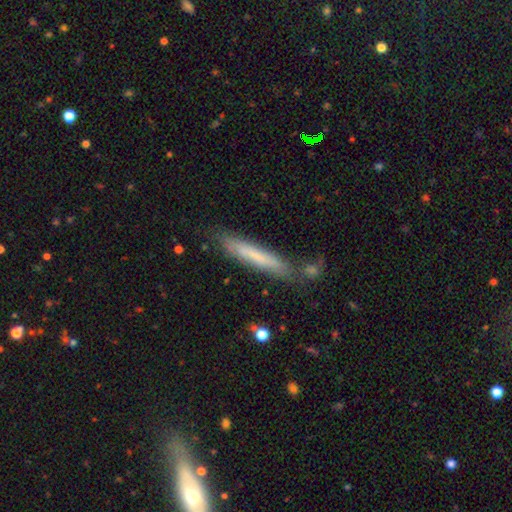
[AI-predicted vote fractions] smooth-or-featured: smooth: 65% | featured or disk: 28% | star or artifact: 7%
  how-rounded: cigar-shaped: 94% | in between: 5% | round: 1%
  merging: none: 78% | minor disturbance: 14% | merger: 5% | major disturbance: 3%